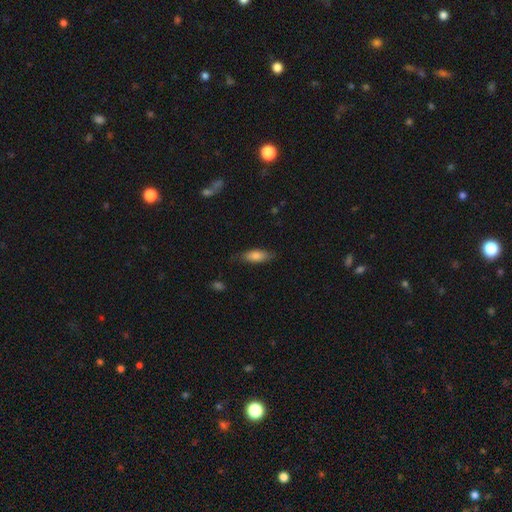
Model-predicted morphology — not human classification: The model was most divided on "how rounded": in between: 71%, cigar-shaped: 27%, round: 2%. More confident: smooth or featured — smooth (79%); merging — none (73%).